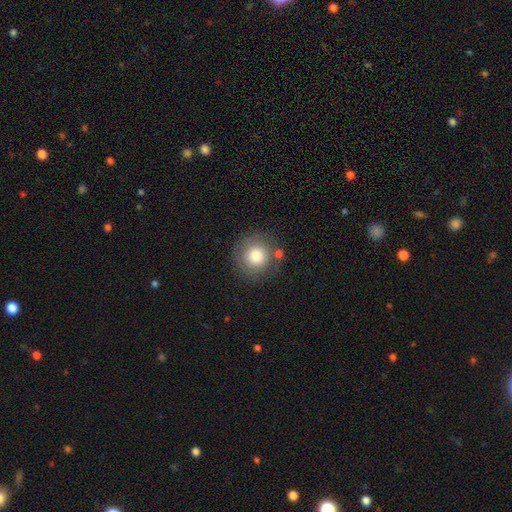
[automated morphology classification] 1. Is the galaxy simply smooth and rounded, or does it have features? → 78% smooth, 12% featured or disk, 10% star or artifact.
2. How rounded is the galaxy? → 94% round, 5% in between, 1% cigar-shaped.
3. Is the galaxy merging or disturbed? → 78% none, 11% minor disturbance, 6% merger, 4% major disturbance.